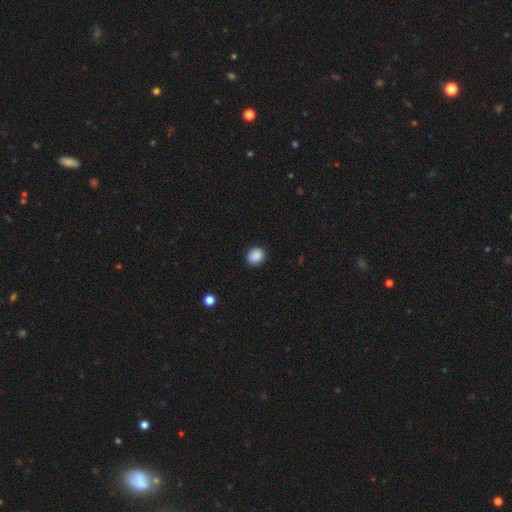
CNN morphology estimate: type=smooth (89%); roundness=round (71%); merging=none (88%).